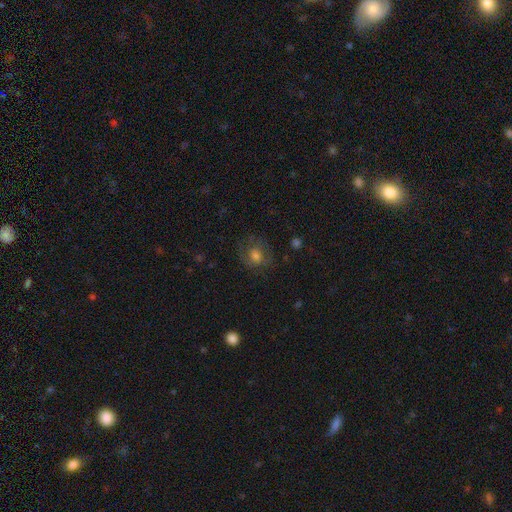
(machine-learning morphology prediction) Smooth or featured: smooth — 52% (featured or disk — 35%)
How rounded: round — 70% (in between — 29%)
Merging: none — 70% (minor disturbance — 17%)